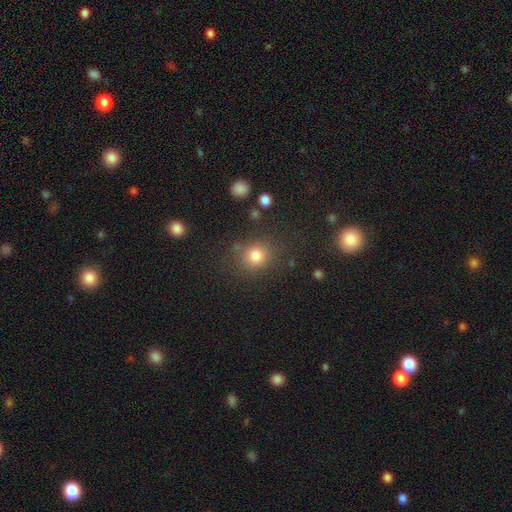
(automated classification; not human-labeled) smooth_or_featured: smooth (p=0.80) [alt: star or artifact p=0.13]
how_rounded: round (p=0.79) [alt: in between p=0.19]
merging: none (p=0.78) [alt: minor disturbance p=0.12]